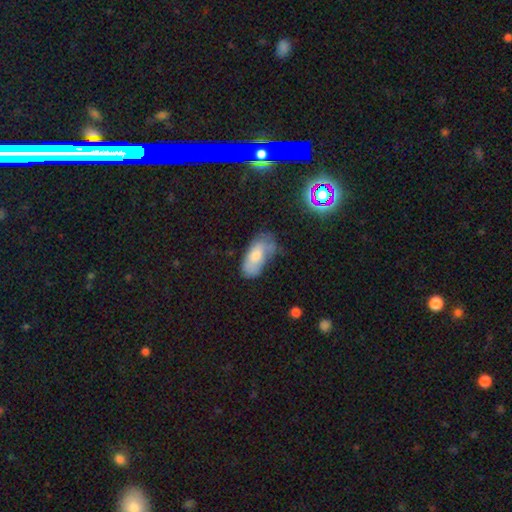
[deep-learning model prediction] smooth 65%, featured or disk 23%, star or artifact 12%. Down the decision tree: how rounded — in between (90%); merging — none (40%).